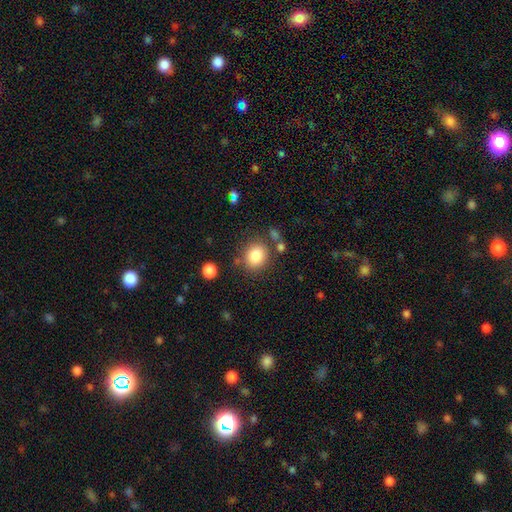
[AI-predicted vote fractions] This appears to be a smooth galaxy with no disk features (84%) that is round (76%). Merging: none (78%).